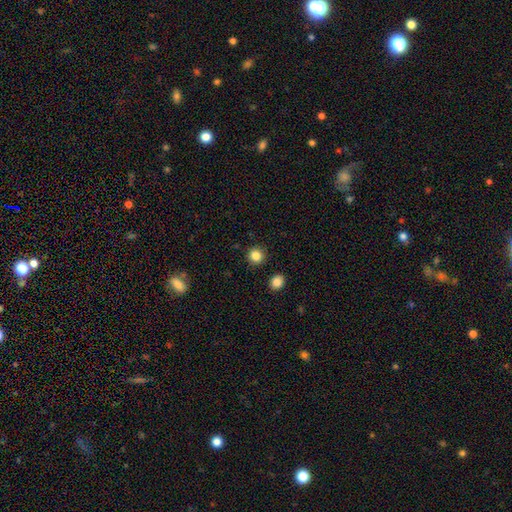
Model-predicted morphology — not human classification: smooth_or_featured: smooth (p=0.85) [alt: star or artifact p=0.11]
how_rounded: round (p=0.92) [alt: in between p=0.07]
merging: none (p=0.90) [alt: minor disturbance p=0.05]